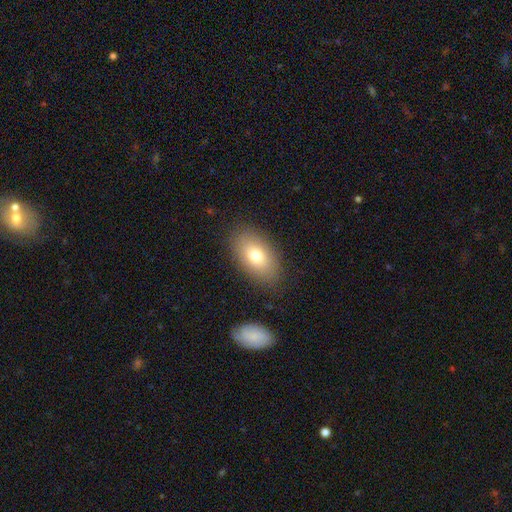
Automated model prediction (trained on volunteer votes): The model was most divided on "smooth or featured": smooth: 75%, featured or disk: 16%, star or artifact: 8%. More confident: how rounded — in between (91%); merging — none (84%).